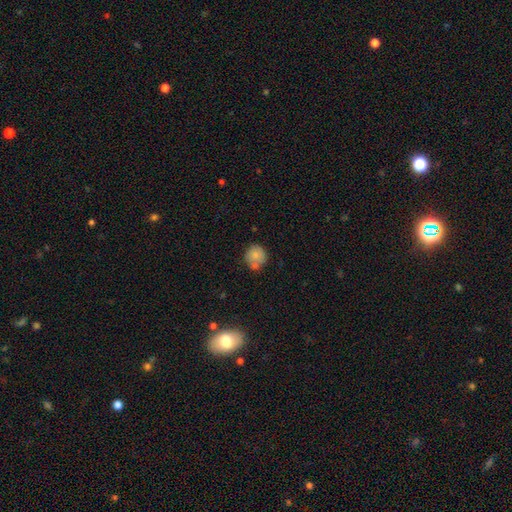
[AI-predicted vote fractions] smooth_or_featured: smooth (p=0.79) [alt: featured or disk p=0.12]
how_rounded: round (p=0.86) [alt: in between p=0.13]
merging: none (p=0.59) [alt: merger p=0.19]